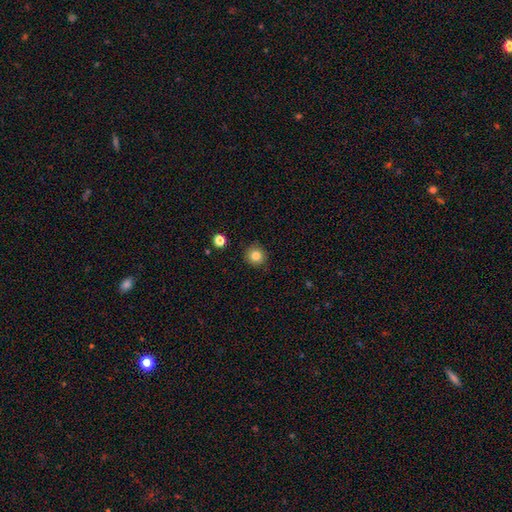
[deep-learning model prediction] smooth 83%, star or artifact 11%, featured or disk 6%. Down the decision tree: how rounded — round (93%); merging — none (90%).